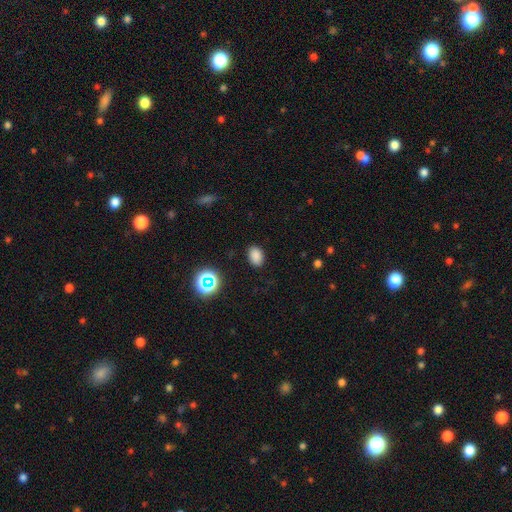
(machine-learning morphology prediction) Overall: smooth (81%). How rounded: in between (84%). Merging: none (86%).